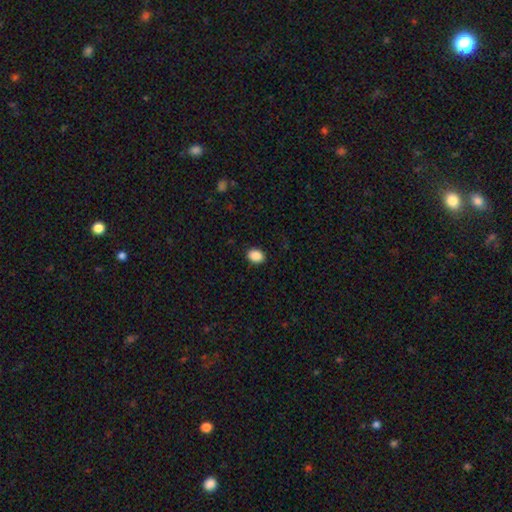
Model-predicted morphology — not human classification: The model was most divided on "how rounded": in between: 66%, round: 33%, cigar-shaped: 1%. More confident: merging — none (90%); smooth or featured — smooth (89%).